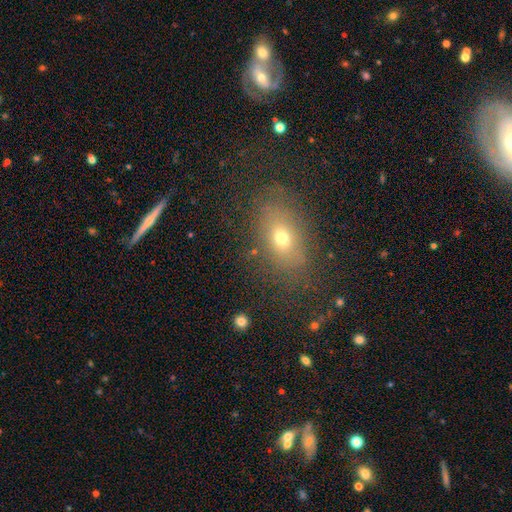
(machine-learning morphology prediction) Overall: smooth (57%; featured or disk 22%). How rounded: in between (75%). Merging: none (78%).